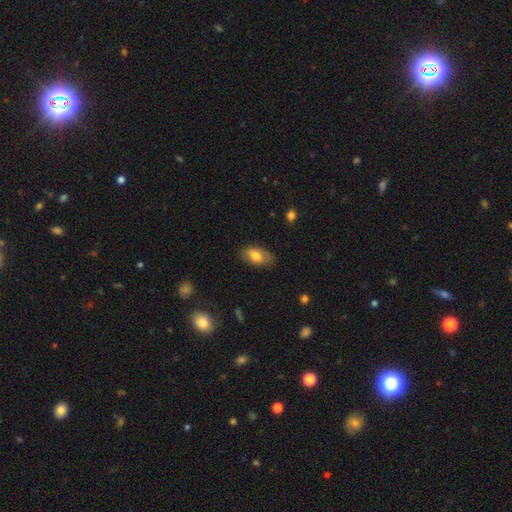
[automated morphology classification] Smooth or featured? Predicted: smooth (p=0.73). How rounded? Predicted: in between (p=0.91). Merging? Predicted: none (p=0.79).